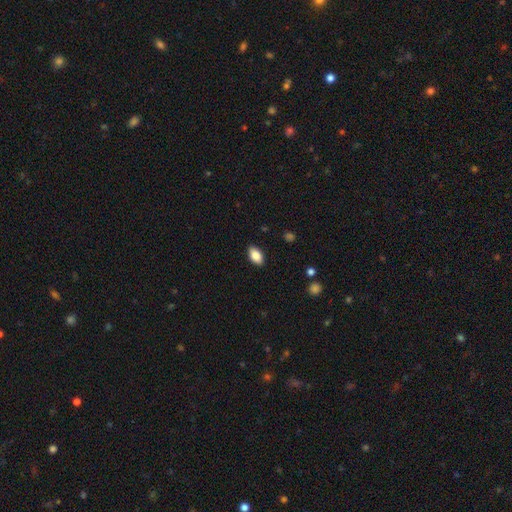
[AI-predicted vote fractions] Morphology: type=smooth (86%); roundness=in between (92%); merging=none (88%).